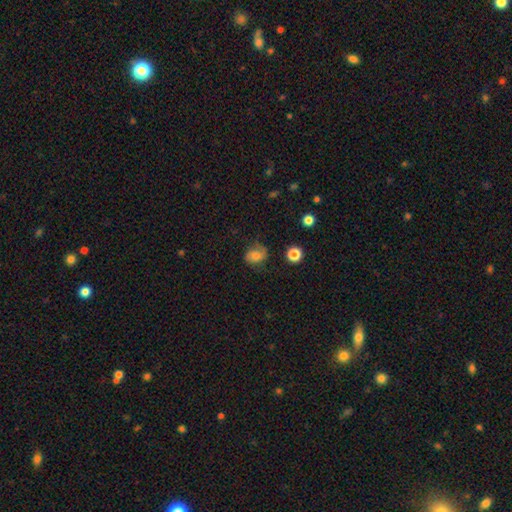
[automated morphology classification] The model was most divided on "how rounded": in between: 54%, round: 45%, cigar-shaped: 1%. More confident: smooth or featured — smooth (69%); merging — none (59%).